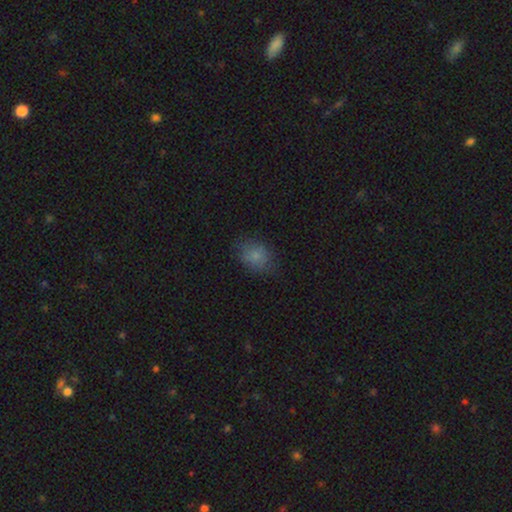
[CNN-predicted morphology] This appears to be a smooth galaxy with no disk features (79%) that is in between round and cigar-shaped (61%). Merging: none (73%).